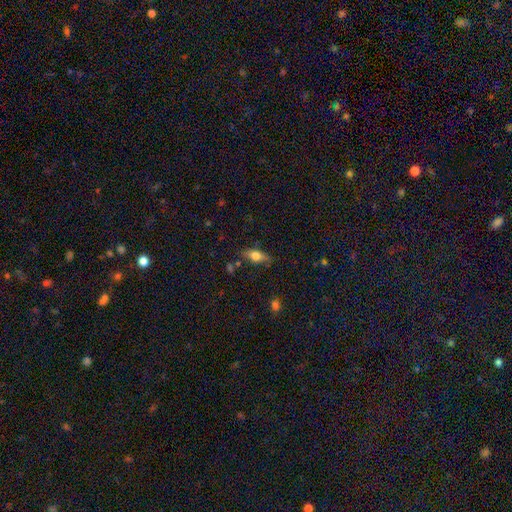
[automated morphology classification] smooth-or-featured: smooth: 57% | featured or disk: 35% | star or artifact: 8%
  how-rounded: in between: 69% | cigar-shaped: 26% | round: 6%
  merging: none: 75% | minor disturbance: 18% | major disturbance: 5% | merger: 3%